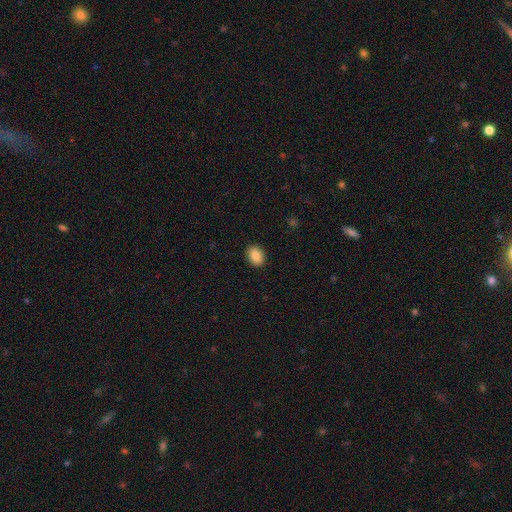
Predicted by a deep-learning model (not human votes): Smooth or featured?
  - smooth: 87% *
  - star or artifact: 8%
  - featured or disk: 5%
How rounded?
  - in between: 77% *
  - round: 22%
  - cigar-shaped: 1%
Merging?
  - none: 91% *
  - minor disturbance: 7%
  - major disturbance: 2%
  - merger: 1%